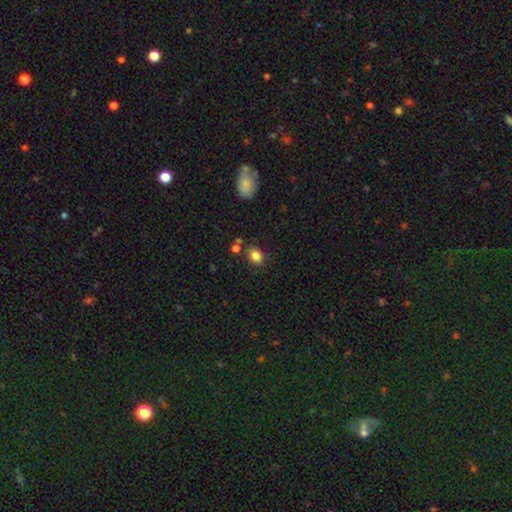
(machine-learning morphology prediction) The model was most divided on "how rounded": round: 54%, in between: 45%, cigar-shaped: 1%. More confident: smooth or featured — smooth (83%); merging — none (78%).